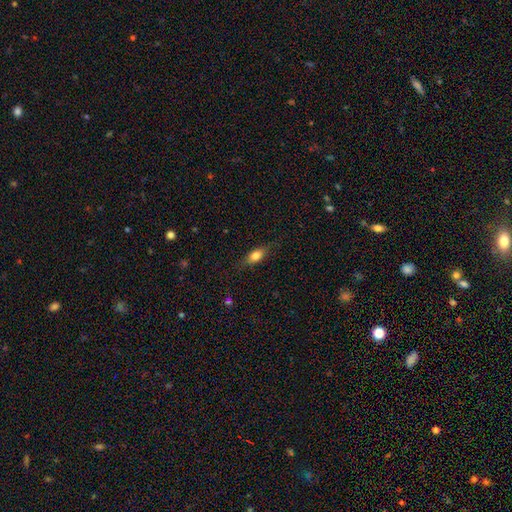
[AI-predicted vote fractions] smooth 71%, featured or disk 22%, star or artifact 8%. Down the decision tree: how rounded — in between (72%); merging — none (78%).